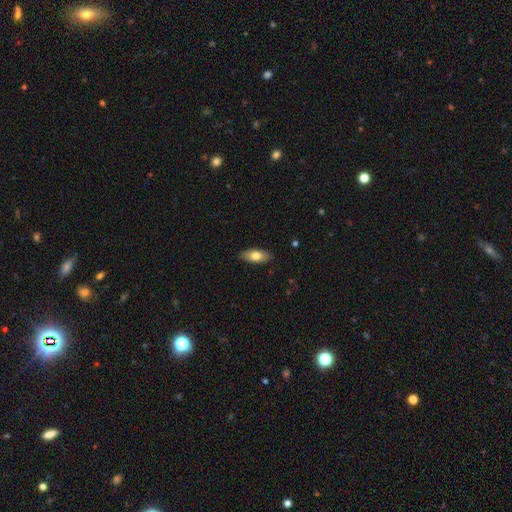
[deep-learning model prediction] Smooth or featured? Predicted: smooth (p=0.75). How rounded? Predicted: in between (p=0.86). Merging? Predicted: none (p=0.88).